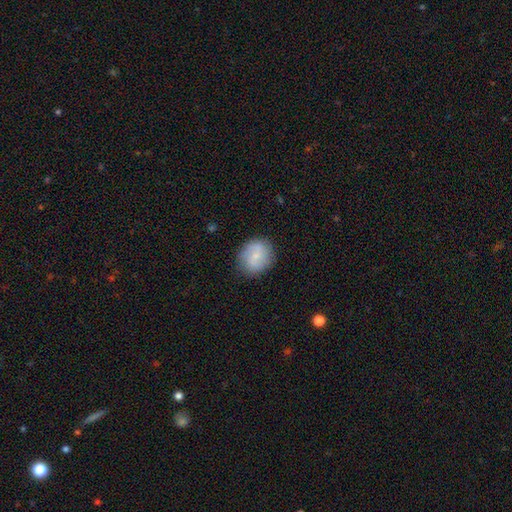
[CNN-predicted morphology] Q: Smooth or featured?
A: smooth (49%); runner-up: featured or disk (43%)
Q: Merging?
A: none (81%); runner-up: minor disturbance (14%)